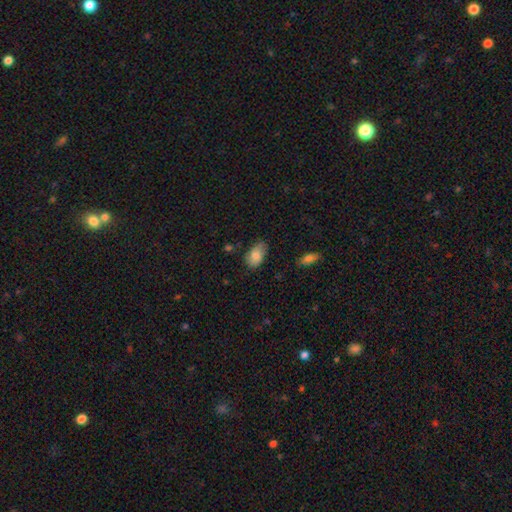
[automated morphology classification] Q: Smooth or featured?
A: smooth (81%); runner-up: featured or disk (12%)
Q: How rounded?
A: in between (91%); runner-up: round (7%)
Q: Merging?
A: none (64%); runner-up: minor disturbance (29%)